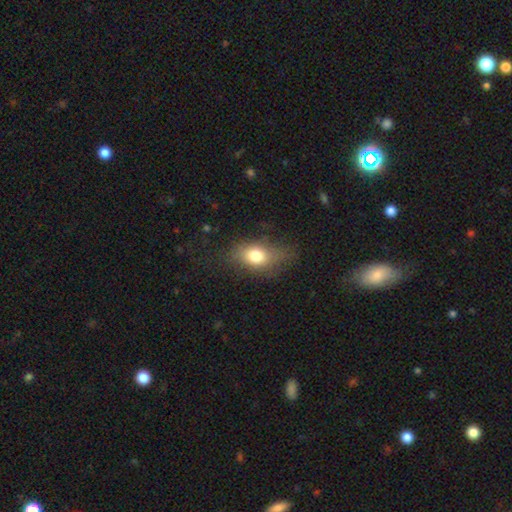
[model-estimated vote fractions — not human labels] This appears to be a smooth galaxy with no disk features (75%) that is in between round and cigar-shaped (77%). Merging: none (59%).